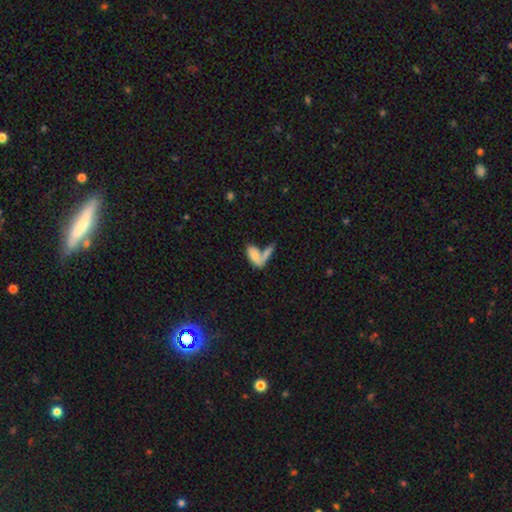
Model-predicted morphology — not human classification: type=smooth (71%); roundness=in between (81%); merging=merger (58%).